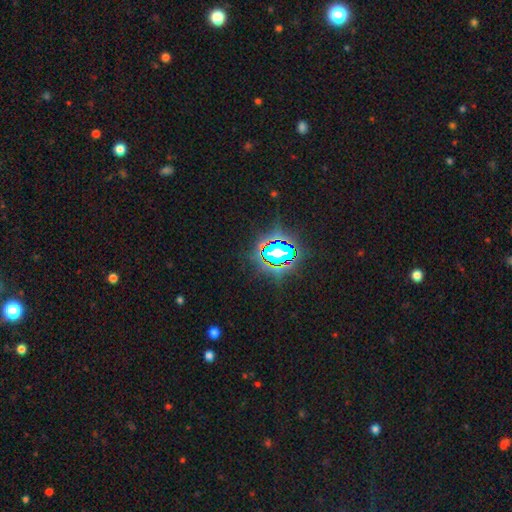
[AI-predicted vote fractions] Q: Smooth or featured?
A: star or artifact (81%); runner-up: smooth (12%)